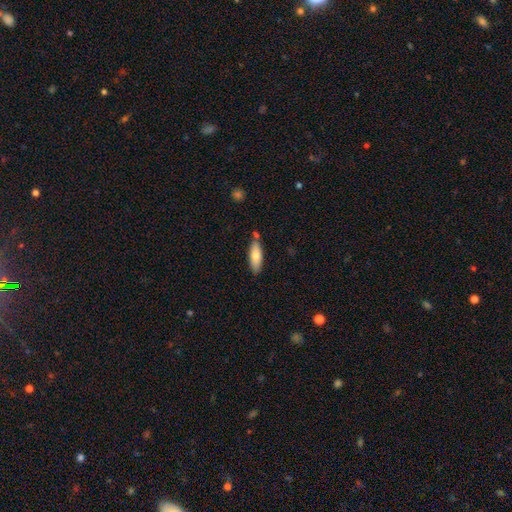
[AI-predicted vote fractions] Smooth or featured?
  - smooth: 75% *
  - featured or disk: 19%
  - star or artifact: 6%
How rounded?
  - in between: 59% *
  - cigar-shaped: 39%
  - round: 2%
Merging?
  - none: 74% *
  - minor disturbance: 15%
  - merger: 8%
  - major disturbance: 3%